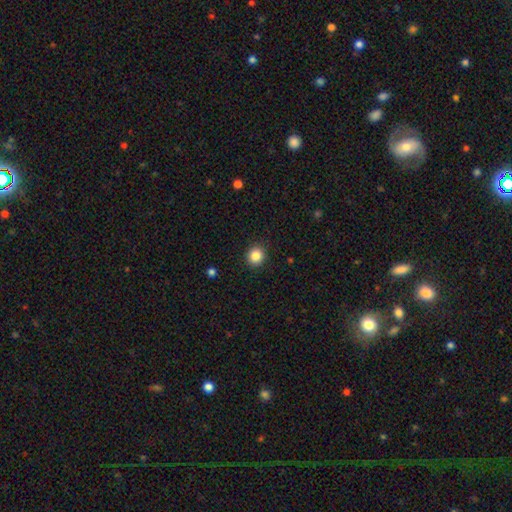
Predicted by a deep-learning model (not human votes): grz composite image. It shows a smooth galaxy with no disk features (85%) that is round (89%). Merging: none (91%).